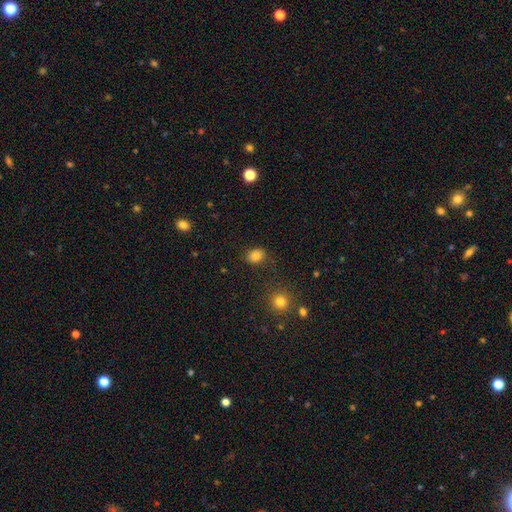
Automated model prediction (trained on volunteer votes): This appears to be a smooth galaxy with no disk features (82%) that is in between round and cigar-shaped (53%). Merging: none (83%).